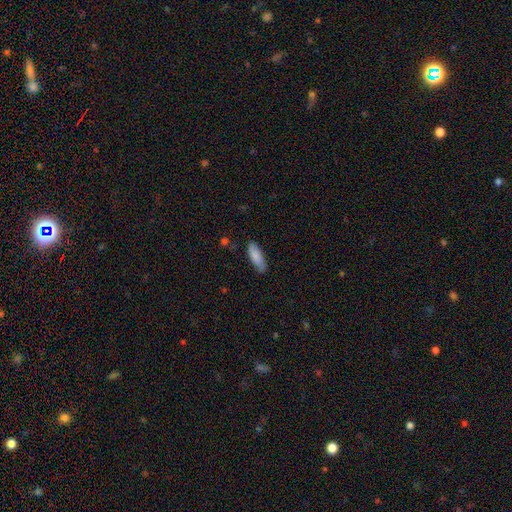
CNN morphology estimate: Q: Smooth or featured?
A: smooth (84%); runner-up: featured or disk (10%)
Q: How rounded?
A: in between (62%); runner-up: cigar-shaped (36%)
Q: Merging?
A: none (79%); runner-up: minor disturbance (17%)